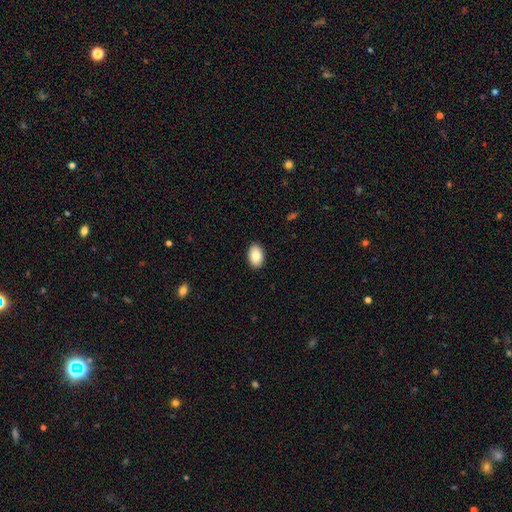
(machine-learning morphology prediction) Overall: smooth (83%). How rounded: in between (90%). Merging: none (90%).